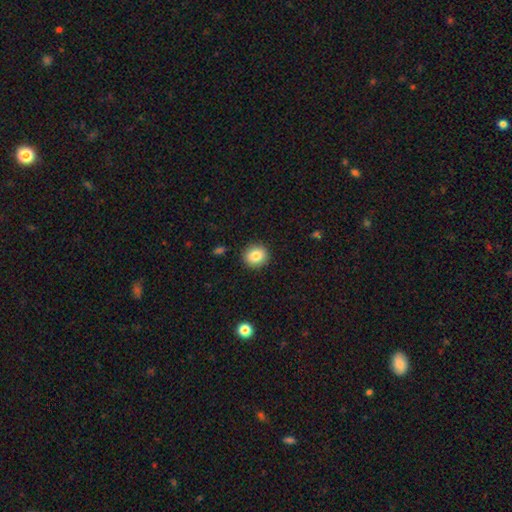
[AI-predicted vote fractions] This is clearly a smooth galaxy (84%). How rounded: clearly round (86%). Merging: clearly none (91%).